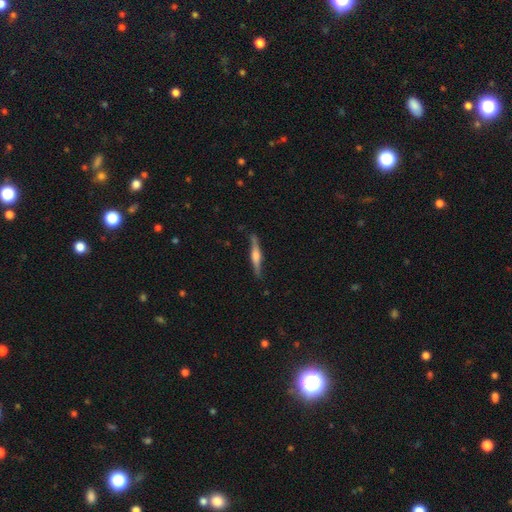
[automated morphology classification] smooth_or_featured: featured or disk (p=0.70) [alt: smooth p=0.25]
disk_edge_on: yes (p=0.97) [alt: no p=0.03]
edge_on_bulge: rounded (p=0.70) [alt: boxy p=0.23]
merging: none (p=0.86) [alt: minor disturbance p=0.11]